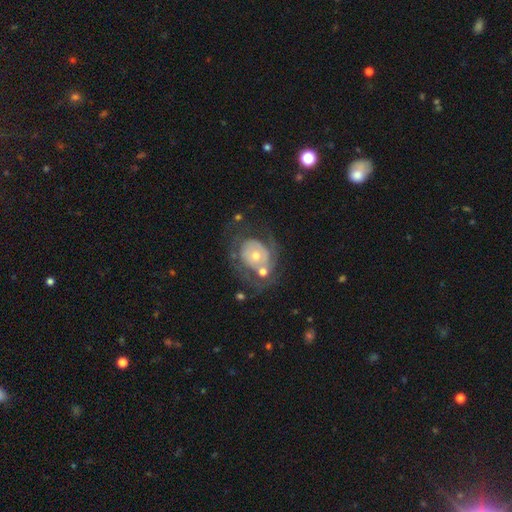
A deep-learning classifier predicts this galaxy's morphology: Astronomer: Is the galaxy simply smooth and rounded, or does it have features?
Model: featured or disk — 70%.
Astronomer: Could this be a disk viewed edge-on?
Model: no — 97%.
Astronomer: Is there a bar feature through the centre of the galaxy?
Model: no — 84%.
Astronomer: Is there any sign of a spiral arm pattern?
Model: yes — 59% (runner-up: no, 41%).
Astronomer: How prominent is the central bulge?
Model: small — 48% (runner-up: moderate, 46%).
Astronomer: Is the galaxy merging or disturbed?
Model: none — 47% (runner-up: major disturbance, 24%).